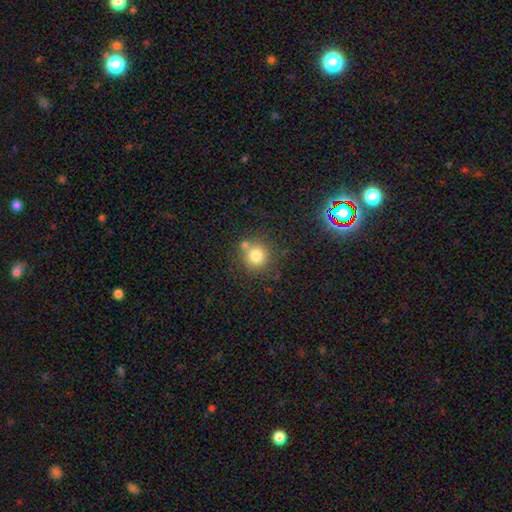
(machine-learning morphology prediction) A smooth galaxy with no disk features (79%) that is round (91%).

Vote fractions:
- Smooth or featured? smooth: 79% / star or artifact: 12% / featured or disk: 9%
- How rounded? round: 91% / in between: 8% / cigar-shaped: 1%
- Merging? none: 68% / merger: 17% / minor disturbance: 11% / major disturbance: 4%